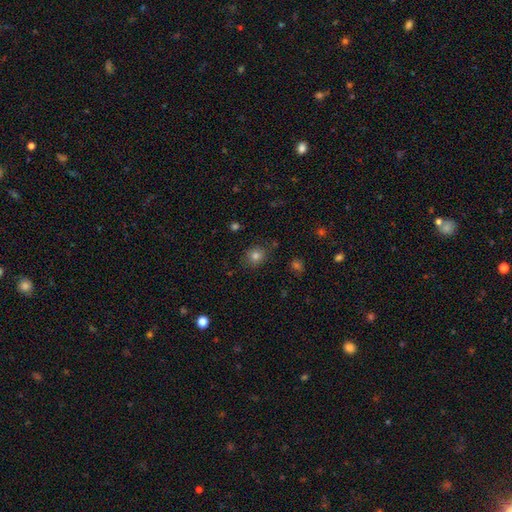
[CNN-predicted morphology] Smooth or featured: smooth — 80% (star or artifact — 13%)
How rounded: round — 70% (in between — 29%)
Merging: none — 81% (minor disturbance — 13%)